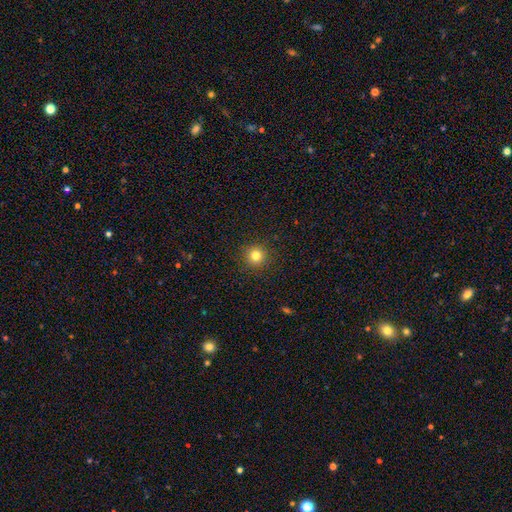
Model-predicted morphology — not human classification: Smooth or featured? Predicted: smooth (p=0.81). How rounded? Predicted: round (p=0.95). Merging? Predicted: none (p=0.92).